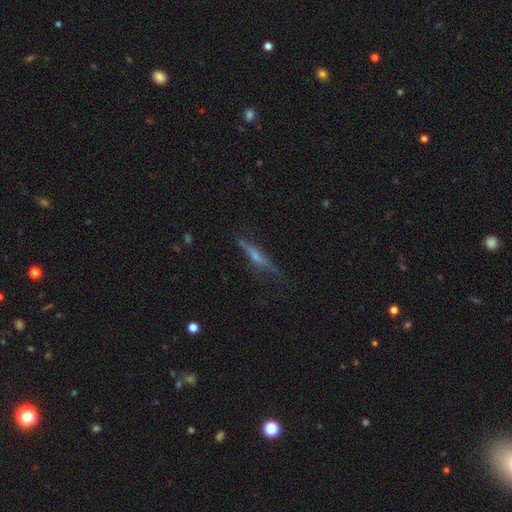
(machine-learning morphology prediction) Overall: featured or disk (54%; smooth 36%). Edge-on disk: yes (91%). Merging: none (71%).